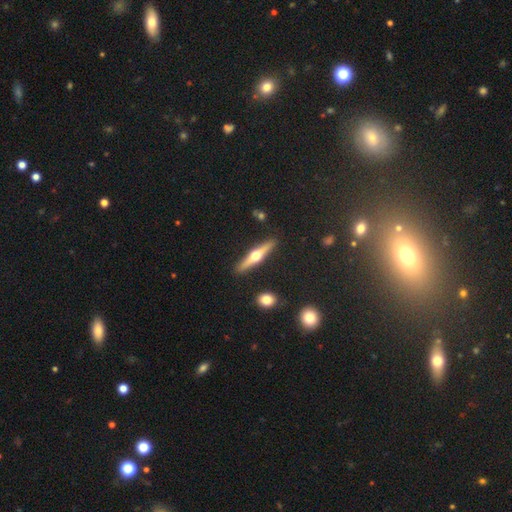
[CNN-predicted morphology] smooth-or-featured: featured or disk: 68% | smooth: 26% | star or artifact: 6%
  disk-edge-on: yes: 97% | no: 3%
    edge-on-bulge: rounded: 95% | none: 2% | boxy: 2%
  merging: none: 90% | minor disturbance: 7% | merger: 2% | major disturbance: 2%